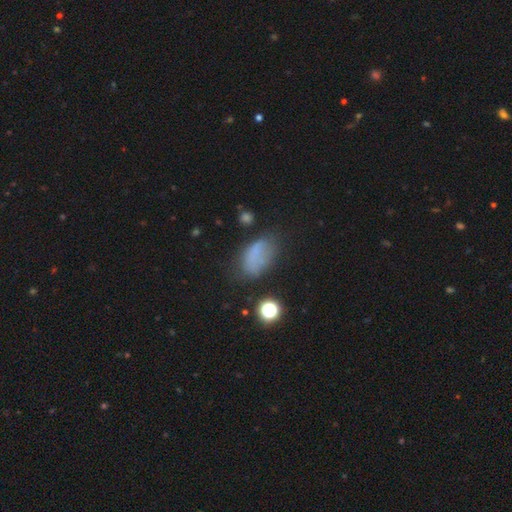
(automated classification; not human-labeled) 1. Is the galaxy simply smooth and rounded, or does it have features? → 65% smooth, 18% featured or disk, 17% star or artifact.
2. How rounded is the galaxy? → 87% in between, 10% round, 3% cigar-shaped.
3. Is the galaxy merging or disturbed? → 46% none, 30% minor disturbance, 19% major disturbance, 6% merger.